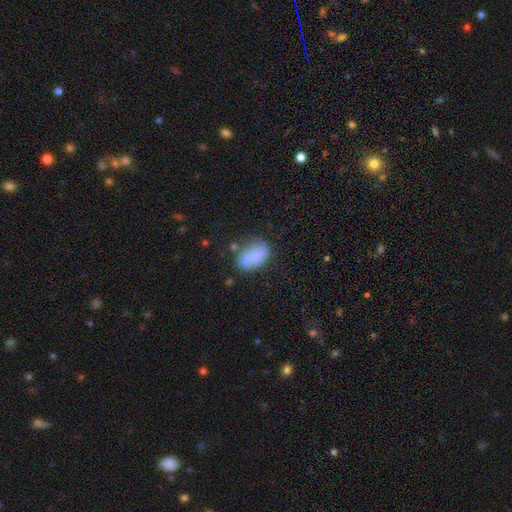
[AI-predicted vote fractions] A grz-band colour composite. It shows a smooth galaxy with no disk features (81%) that is in between round and cigar-shaped (90%). Merging: none (63%).